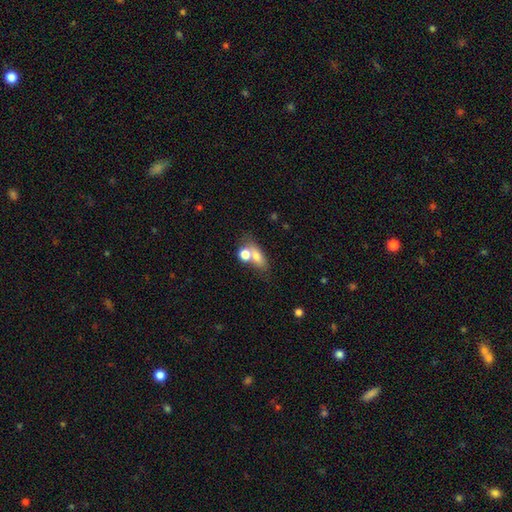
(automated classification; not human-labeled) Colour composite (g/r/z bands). It shows a smooth galaxy with no disk features (71%) that is in between round and cigar-shaped (67%). Merging: merger (42%).